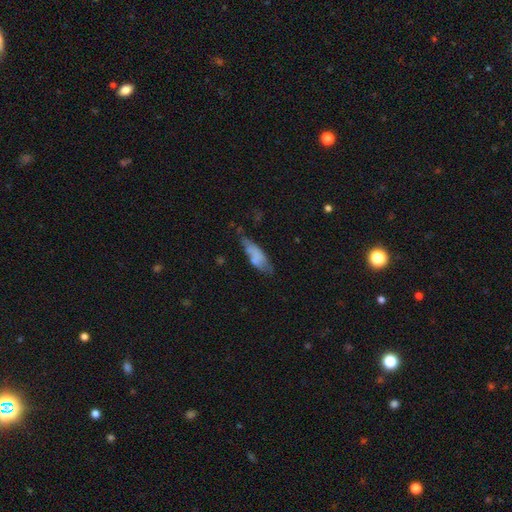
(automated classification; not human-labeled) A smooth galaxy with no disk features (70%) that is in between round and cigar-shaped (61%). Merging: none (47%).